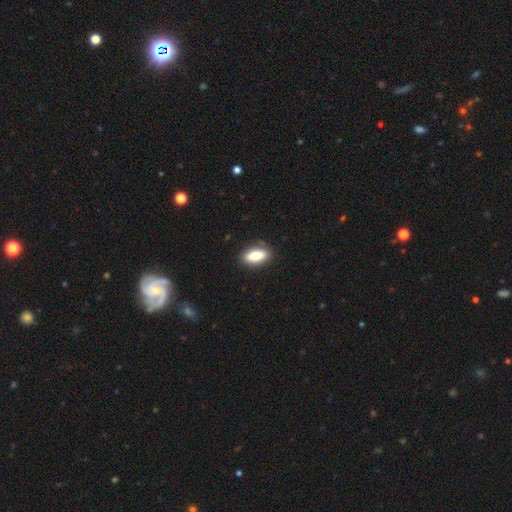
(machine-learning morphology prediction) A smooth galaxy with no disk features (76%) that is in between round and cigar-shaped (82%).

Vote fractions:
- Smooth or featured? smooth: 76% / featured or disk: 17% / star or artifact: 7%
- How rounded? in between: 82% / cigar-shaped: 14% / round: 4%
- Merging? none: 86% / minor disturbance: 10% / major disturbance: 2% / merger: 1%